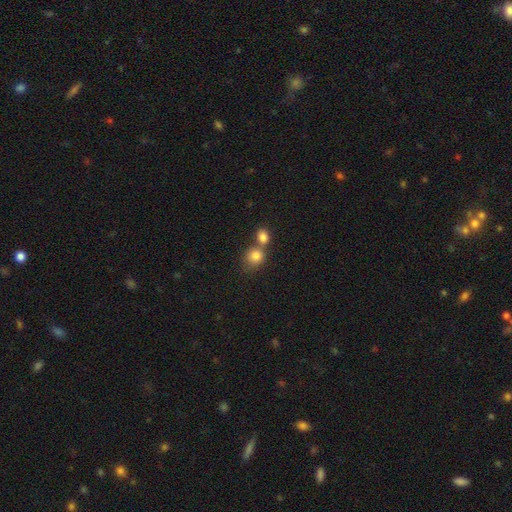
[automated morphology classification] This is clearly a smooth galaxy (81%). How rounded: likely round (77%). Merging: possibly merger (50%).